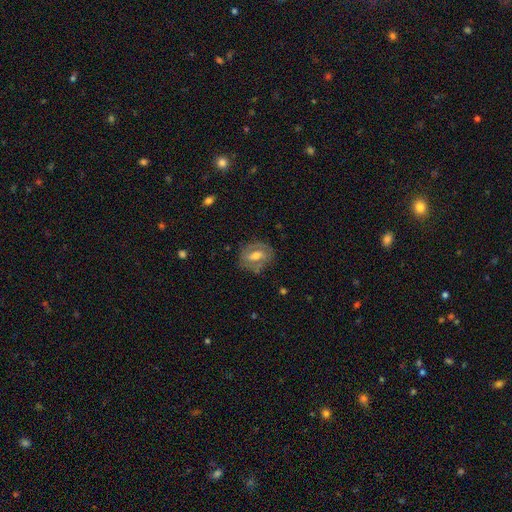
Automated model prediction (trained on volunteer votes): A featured or disk galaxy (58%) with a weak bar (44%), spiral arms (56%) and a moderate central bulge (65%).

Vote fractions:
- Smooth or featured? featured or disk: 58% / smooth: 35% / star or artifact: 8%
- Edge-on disk? no: 93% / yes: 7%
- Bar? weak: 44% / strong: 29% / no: 27%
- Spiral arms? yes: 56% / no: 44%
- Bulge size? moderate: 65% / small: 21% / large: 11% / none: 2% / dominant: 1%
- Merging? none: 72% / minor disturbance: 18% / major disturbance: 7% / merger: 2%